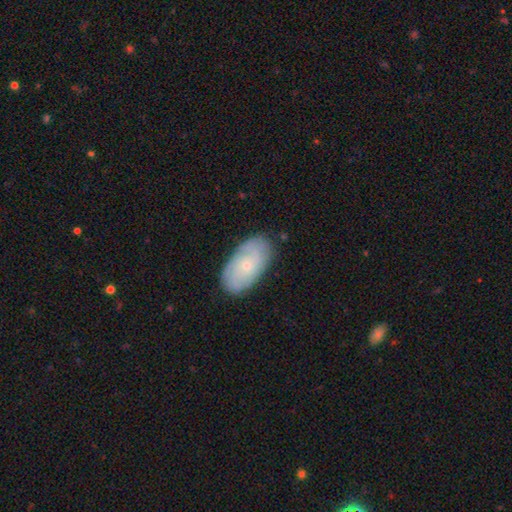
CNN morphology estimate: This appears to be a featured or disk galaxy (54%) with no bar (81%), spiral arms (79%) and a small central bulge (75%). Merging: none (80%).